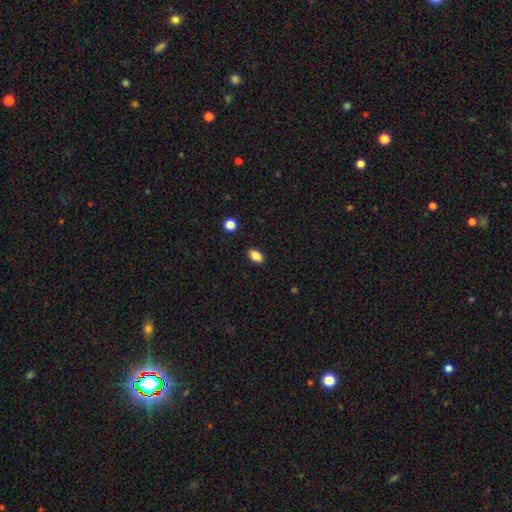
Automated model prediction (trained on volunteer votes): Overall: smooth (86%). How rounded: in between (89%). Merging: none (89%).